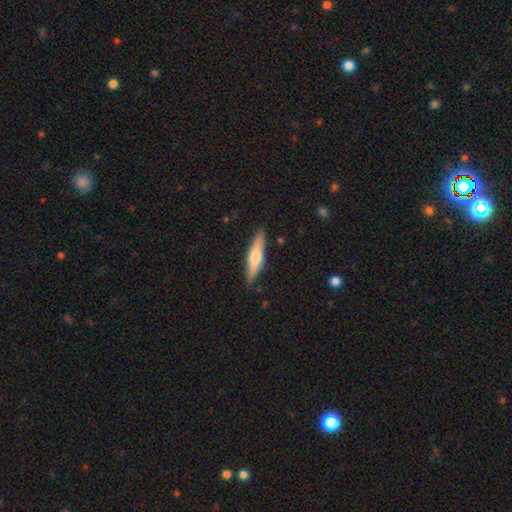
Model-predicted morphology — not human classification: Smooth or featured? smooth (52%)
How rounded? cigar-shaped (81%)
Merging? none (88%)